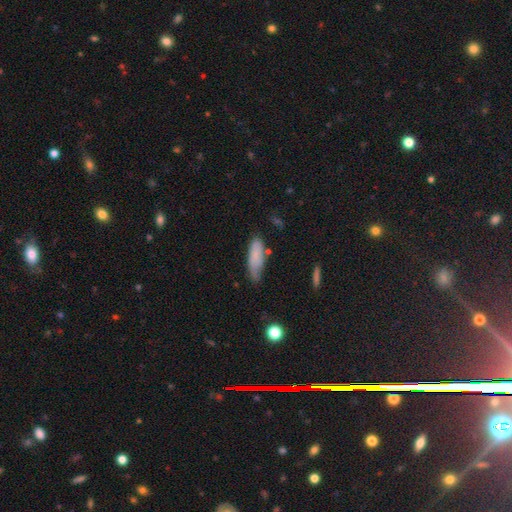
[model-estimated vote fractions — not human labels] Smooth or featured? Predicted: smooth (p=0.77). How rounded? Predicted: in between (p=0.60). Merging? Predicted: none (p=0.55).